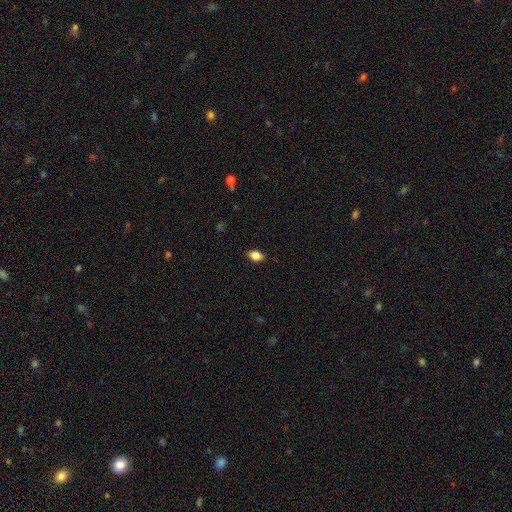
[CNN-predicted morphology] The model was most divided on "how rounded": in between: 81%, round: 17%, cigar-shaped: 2%. More confident: merging — none (86%); smooth or featured — smooth (85%).